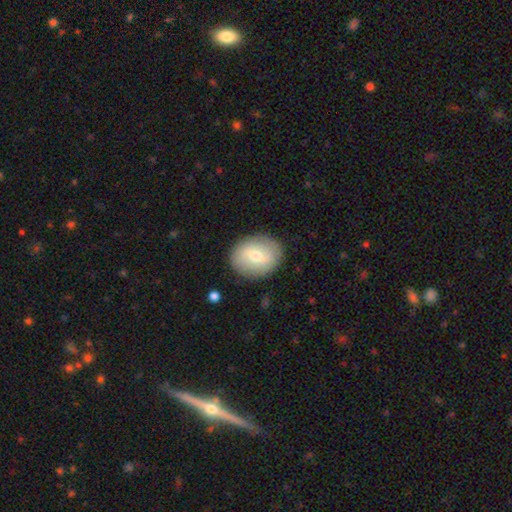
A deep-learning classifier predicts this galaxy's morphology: A smooth galaxy with no disk features (61%) that is in between round and cigar-shaped (53%).

Vote fractions:
- Smooth or featured? smooth: 61% / featured or disk: 33% / star or artifact: 7%
- How rounded? in between: 53% / round: 46% / cigar-shaped: 1%
- Merging? none: 86% / minor disturbance: 10% / major disturbance: 3% / merger: 1%